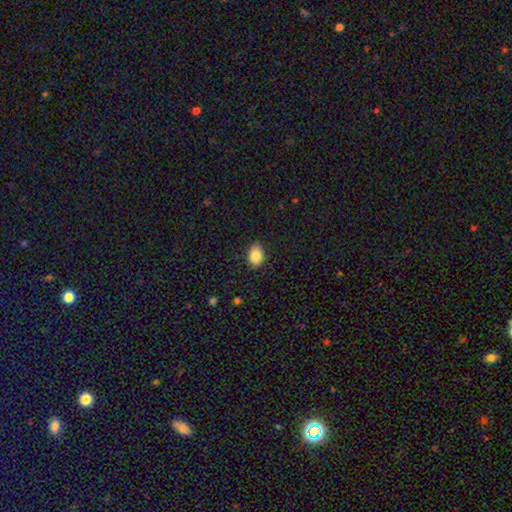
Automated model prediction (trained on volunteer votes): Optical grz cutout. It shows a smooth galaxy with no disk features (86%) that is in between round and cigar-shaped (83%). Merging: none (88%).